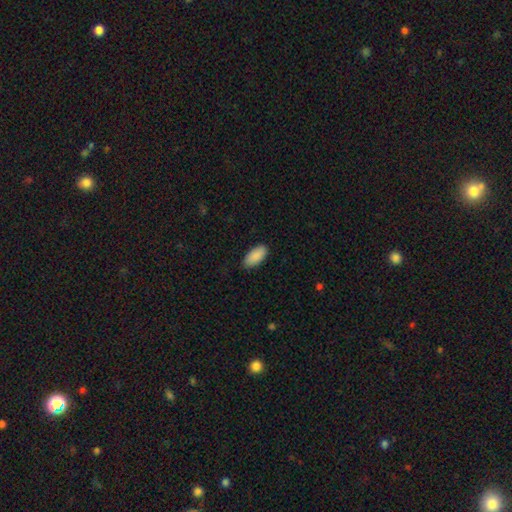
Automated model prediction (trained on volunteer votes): Smooth or featured? Predicted: smooth (p=0.91). How rounded? Predicted: in between (p=0.94). Merging? Predicted: none (p=0.88).